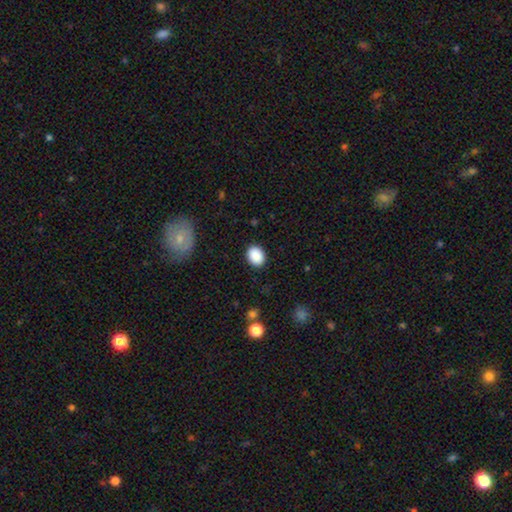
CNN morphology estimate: A smooth galaxy with no disk features (89%) that is in between round and cigar-shaped (62%). Merging: none (88%).